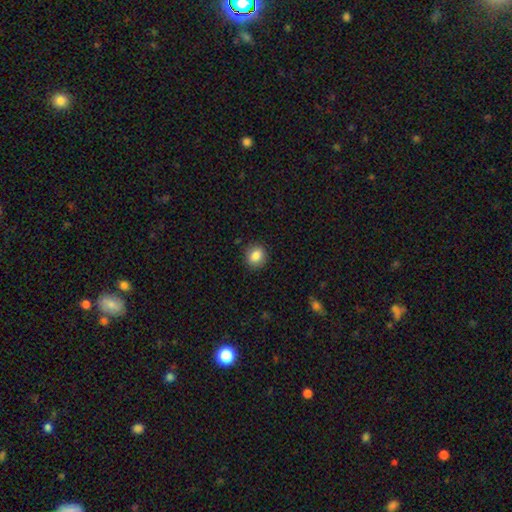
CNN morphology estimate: This appears to be a smooth galaxy with no disk features (85%) that is round (70%). Merging: none (89%).